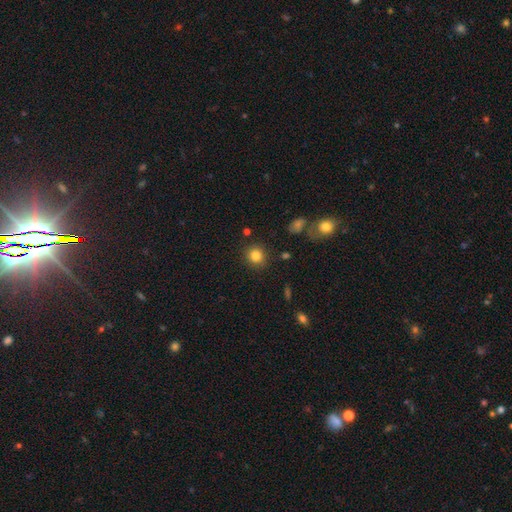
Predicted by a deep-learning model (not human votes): Smooth or featured: smooth — 83% (star or artifact — 11%)
How rounded: round — 88% (in between — 11%)
Merging: none — 88% (minor disturbance — 7%)